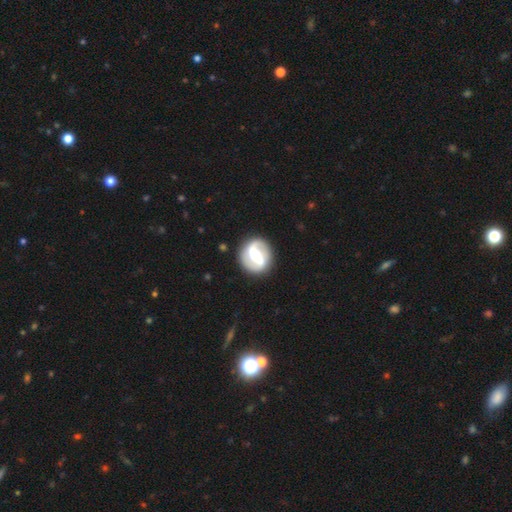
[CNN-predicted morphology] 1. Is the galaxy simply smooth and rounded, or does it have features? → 79% featured or disk, 16% smooth, 5% star or artifact.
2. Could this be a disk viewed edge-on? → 96% no, 4% yes.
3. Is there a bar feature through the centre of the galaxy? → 71% strong, 21% weak, 8% no.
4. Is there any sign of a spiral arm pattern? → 76% yes, 24% no.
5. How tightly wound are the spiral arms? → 40% medium, 34% loose, 26% tight.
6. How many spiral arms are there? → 89% 2, 5% can't tell, 3% 1, 1% 3, 1% 4, 1% more than 4.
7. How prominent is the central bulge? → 51% moderate, 22% small, 19% large, 4% none, 3% dominant.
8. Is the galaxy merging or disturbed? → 85% none, 10% minor disturbance, 4% major disturbance, 2% merger.